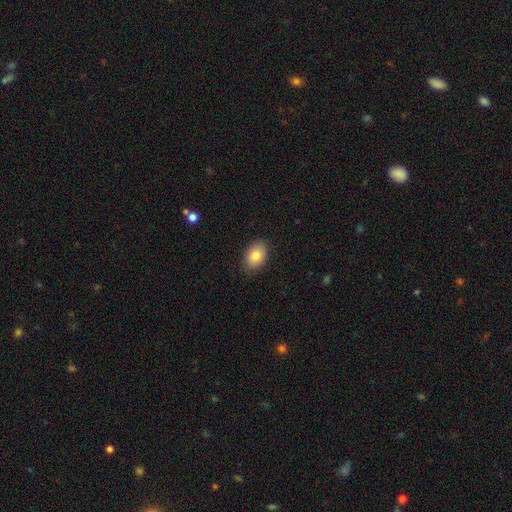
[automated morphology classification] A smooth galaxy with no disk features (83%) that is in between round and cigar-shaped (83%). Merging: none (87%).